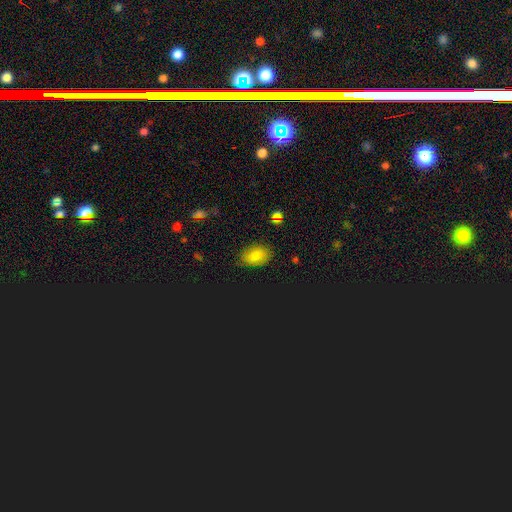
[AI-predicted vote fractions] Smooth or featured? smooth (71%)
How rounded? in between (86%)
Merging? none (79%)